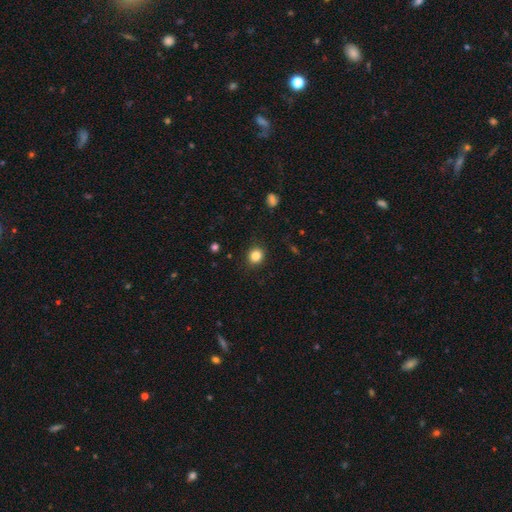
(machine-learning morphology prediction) smooth 84%, star or artifact 11%, featured or disk 4%. Down the decision tree: how rounded — round (83%); merging — none (89%).